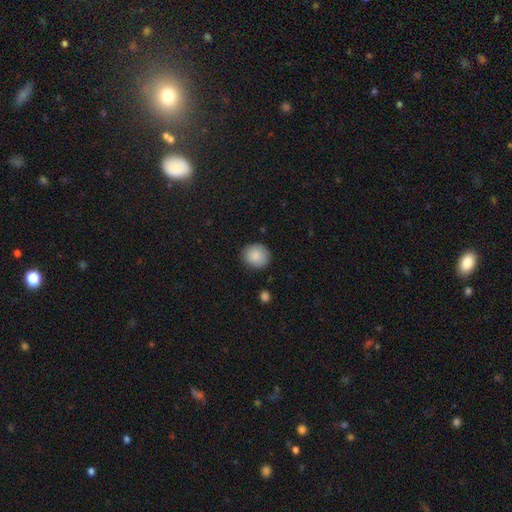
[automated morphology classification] Overall: smooth (88%). How rounded: round (83%). Merging: none (87%).